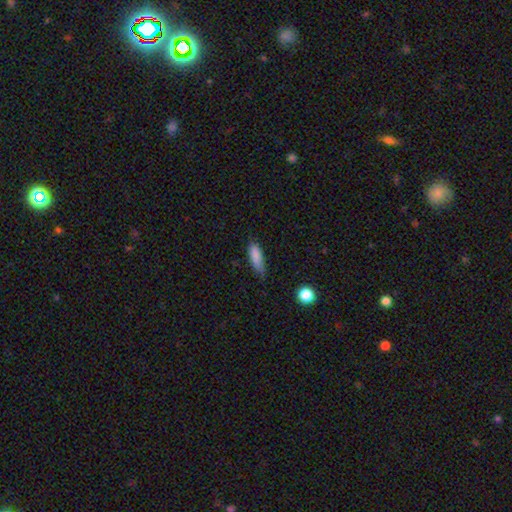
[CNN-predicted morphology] This appears to be a smooth galaxy with no disk features (85%) that is in between round and cigar-shaped (54%). Merging: none (58%).